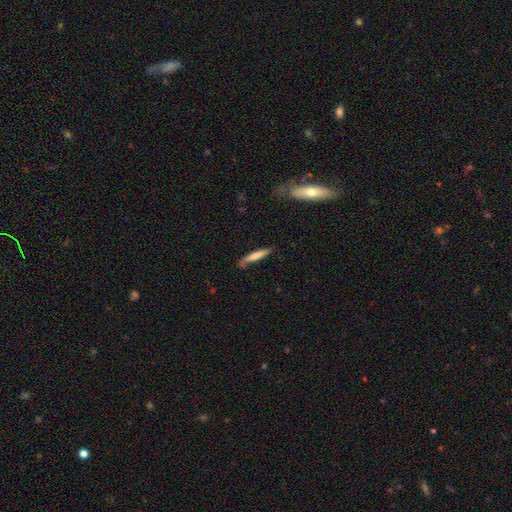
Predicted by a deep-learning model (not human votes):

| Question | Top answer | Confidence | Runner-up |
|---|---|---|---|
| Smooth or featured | smooth | 71% | featured or disk (23%) |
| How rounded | cigar-shaped | 92% | in between (7%) |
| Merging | none | 70% | minor disturbance (21%) |